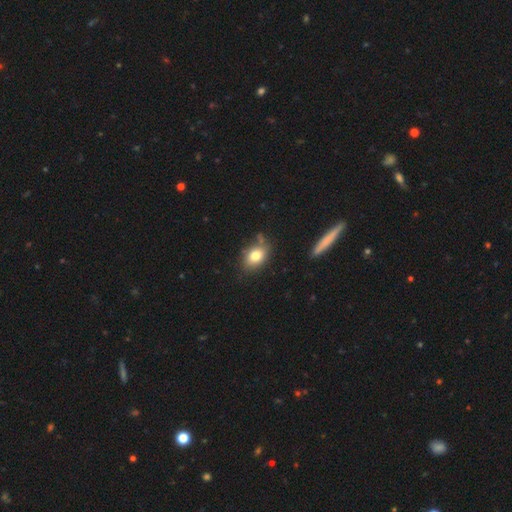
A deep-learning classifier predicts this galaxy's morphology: smooth 79%, featured or disk 12%, star or artifact 9%. Down the decision tree: how rounded — in between (74%); merging — none (72%).